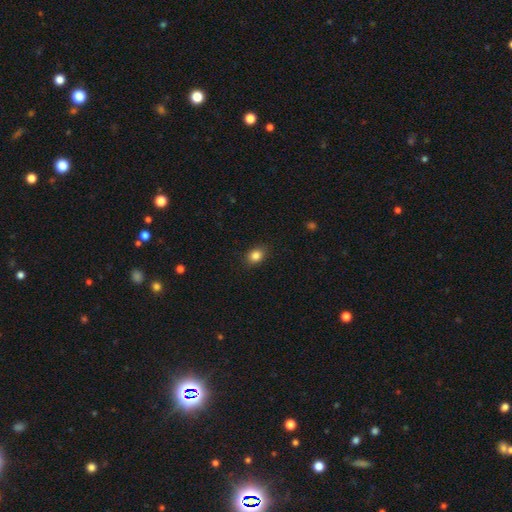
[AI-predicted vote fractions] Smooth or featured: smooth — 85% (star or artifact — 10%)
How rounded: in between — 61% (round — 38%)
Merging: none — 88% (minor disturbance — 9%)